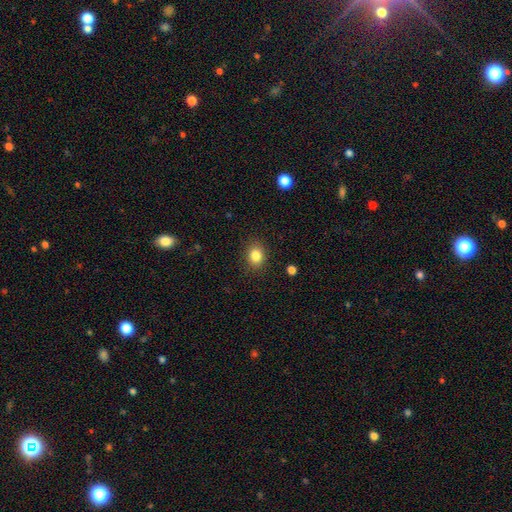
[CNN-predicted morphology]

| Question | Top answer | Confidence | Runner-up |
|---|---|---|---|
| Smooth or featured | smooth | 84% | star or artifact (10%) |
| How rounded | round | 51% | in between (48%) |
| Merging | none | 87% | minor disturbance (9%) |